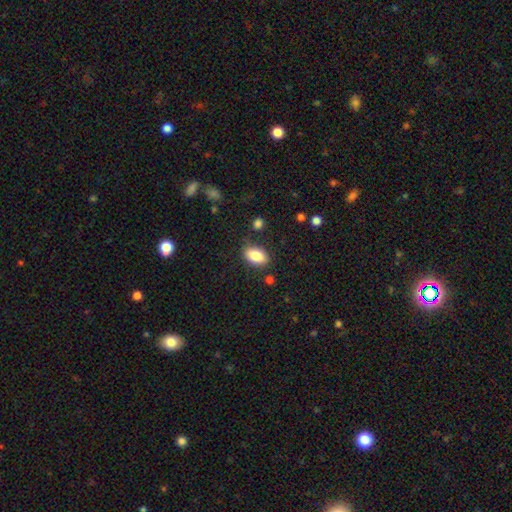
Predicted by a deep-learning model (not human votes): Morphology: type=smooth (83%); roundness=in between (91%); merging=none (81%).